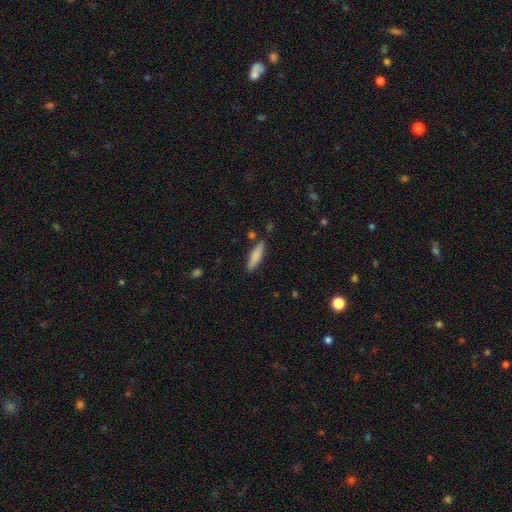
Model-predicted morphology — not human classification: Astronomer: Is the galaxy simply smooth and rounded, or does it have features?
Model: smooth — 74%.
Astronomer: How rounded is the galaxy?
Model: cigar-shaped — 75%.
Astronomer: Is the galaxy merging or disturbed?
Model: none — 83%.